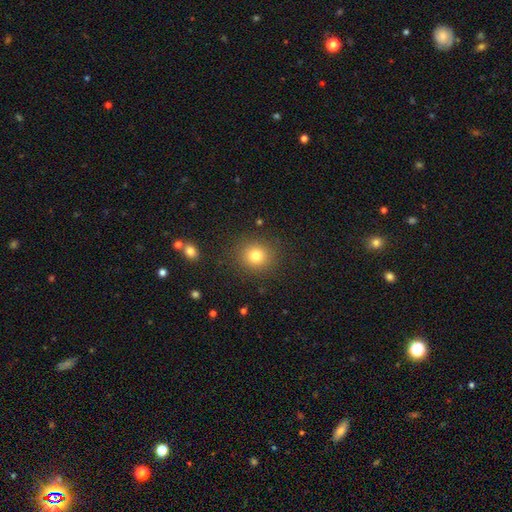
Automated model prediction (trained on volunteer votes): Smooth or featured: smooth — 79% (star or artifact — 13%)
How rounded: round — 88% (in between — 11%)
Merging: none — 88% (minor disturbance — 7%)